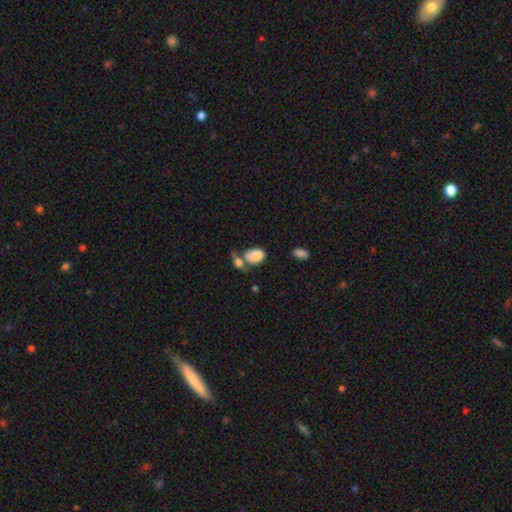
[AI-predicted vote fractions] smooth_or_featured: smooth (p=0.83) [alt: featured or disk p=0.09]
how_rounded: in between (p=0.85) [alt: round p=0.13]
merging: merger (p=0.40) [alt: none p=0.34]